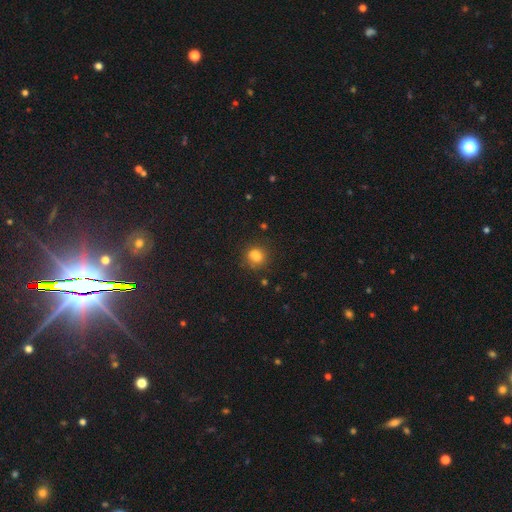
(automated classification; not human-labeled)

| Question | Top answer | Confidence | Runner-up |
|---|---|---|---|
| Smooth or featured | smooth | 75% | star or artifact (13%) |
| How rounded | round | 69% | in between (29%) |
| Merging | none | 58% | merger (21%) |